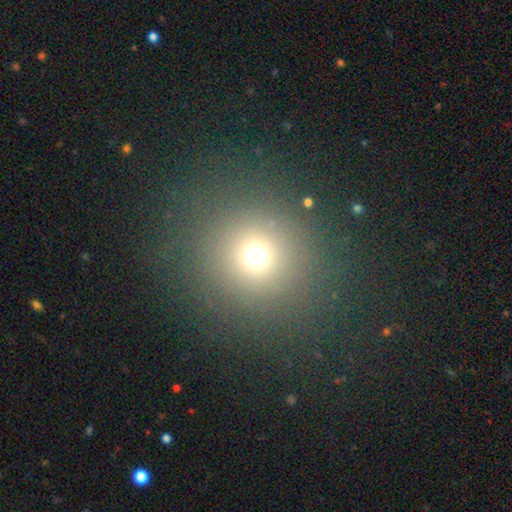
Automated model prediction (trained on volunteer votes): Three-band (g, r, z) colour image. It shows a smooth galaxy with no disk features (67%) that is round (94%). Merging: none (85%).